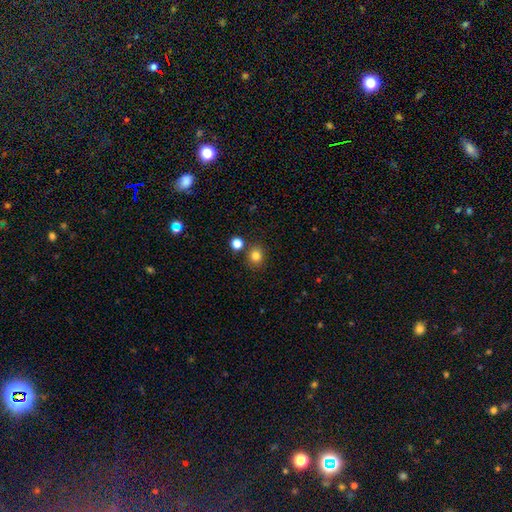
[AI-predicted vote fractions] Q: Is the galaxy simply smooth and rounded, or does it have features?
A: smooth — 81%.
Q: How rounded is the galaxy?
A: round — 80%.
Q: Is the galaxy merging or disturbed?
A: none — 81%.